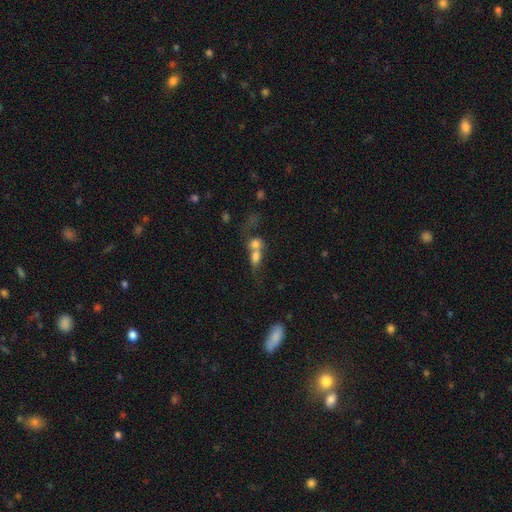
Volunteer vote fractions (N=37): A smooth galaxy with no disk features (78%) that is round (48%, tied with in between). Merging: merger (94%).